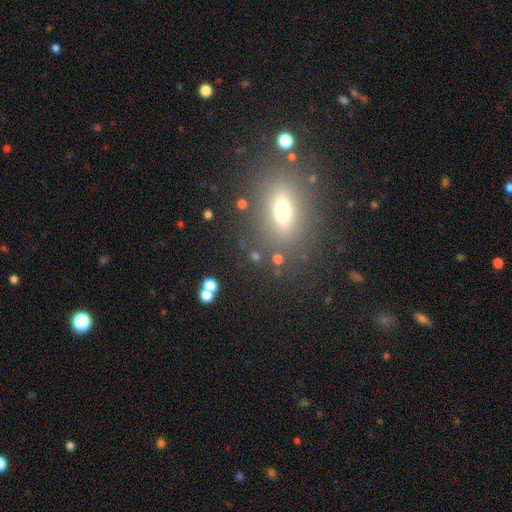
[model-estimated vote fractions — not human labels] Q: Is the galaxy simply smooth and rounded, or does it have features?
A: smooth — 57%.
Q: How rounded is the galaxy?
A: in between — 51%.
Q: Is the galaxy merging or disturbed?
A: none — 77%.